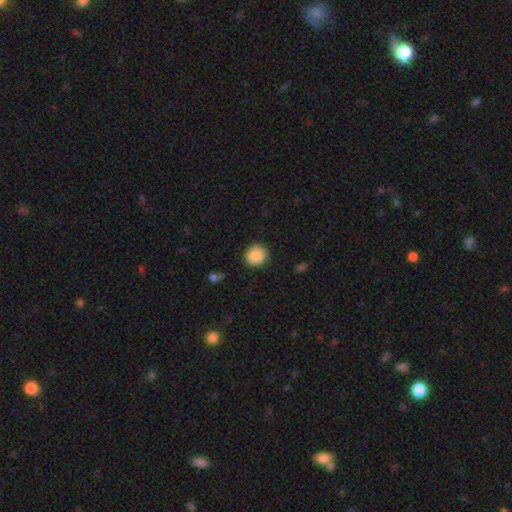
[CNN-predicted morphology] Smooth or featured: smooth — 89% (star or artifact — 8%)
How rounded: round — 90% (in between — 9%)
Merging: none — 90% (minor disturbance — 7%)